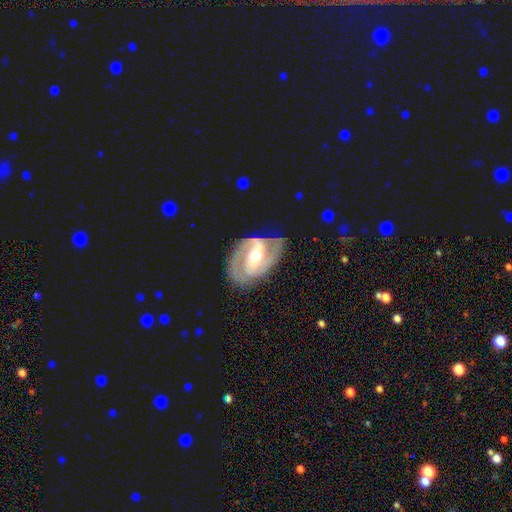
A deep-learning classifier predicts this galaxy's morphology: A featured or disk galaxy (89%) with a strong bar (44%), 2 (83%) medium (50%) spiral arms (95%) and a moderate central bulge (71%). Merging: none (75%).